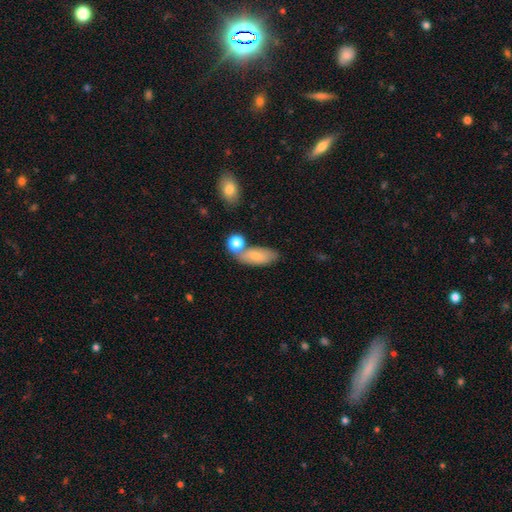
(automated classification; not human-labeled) Smooth or featured? Predicted: smooth (p=0.76). How rounded? Predicted: in between (p=0.82). Merging? Predicted: none (p=0.58).